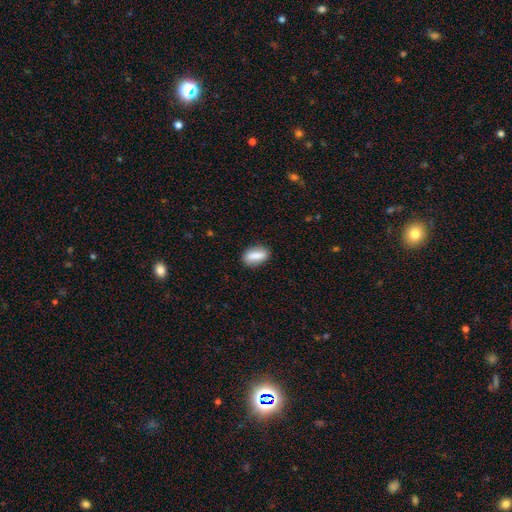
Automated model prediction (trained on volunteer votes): A smooth galaxy with no disk features (80%) that is in between round and cigar-shaped (80%).

Vote fractions:
- Smooth or featured? smooth: 80% / featured or disk: 12% / star or artifact: 7%
- How rounded? in between: 80% / cigar-shaped: 13% / round: 7%
- Merging? none: 85% / minor disturbance: 11% / major disturbance: 3% / merger: 1%